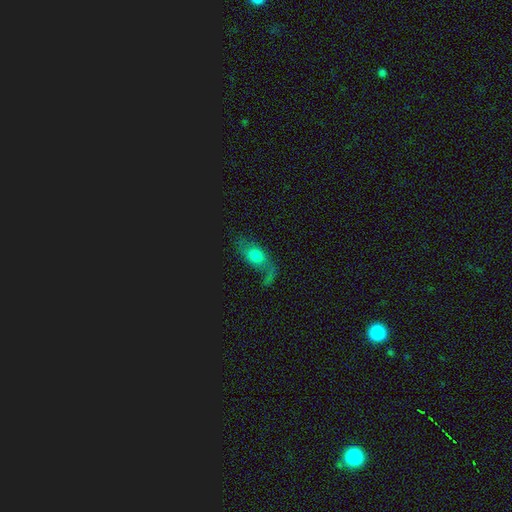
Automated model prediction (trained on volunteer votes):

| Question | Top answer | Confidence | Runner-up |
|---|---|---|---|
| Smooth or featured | smooth | 43% | featured or disk (41%) |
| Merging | none | 44% | major disturbance (28%) |